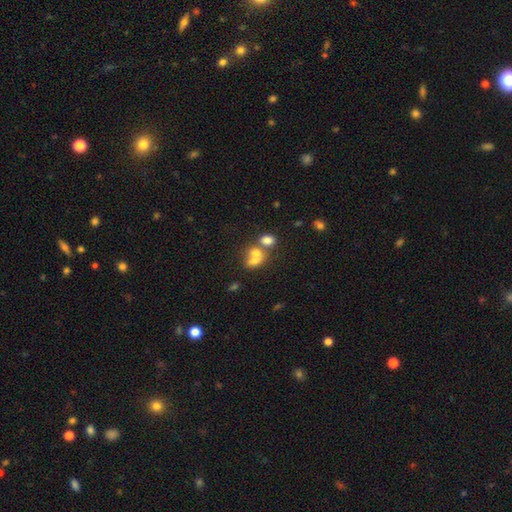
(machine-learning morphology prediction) smooth 66%, featured or disk 21%, star or artifact 13%. Down the decision tree: how rounded — in between (57%); merging — merger (62%).